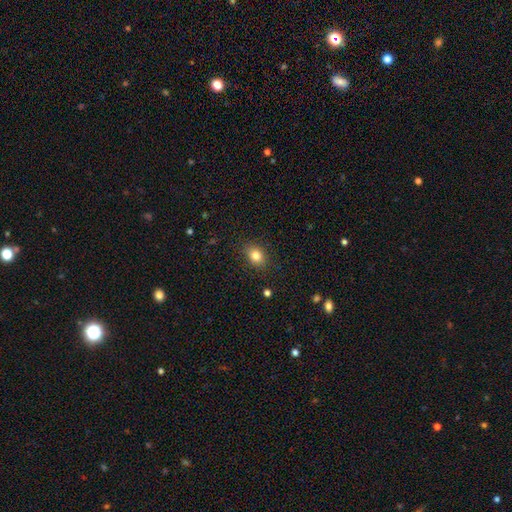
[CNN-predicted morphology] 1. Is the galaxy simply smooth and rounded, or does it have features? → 83% smooth, 10% star or artifact, 7% featured or disk.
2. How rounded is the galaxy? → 63% in between, 36% round, 1% cigar-shaped.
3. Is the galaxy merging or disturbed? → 86% none, 10% minor disturbance, 3% major disturbance, 1% merger.